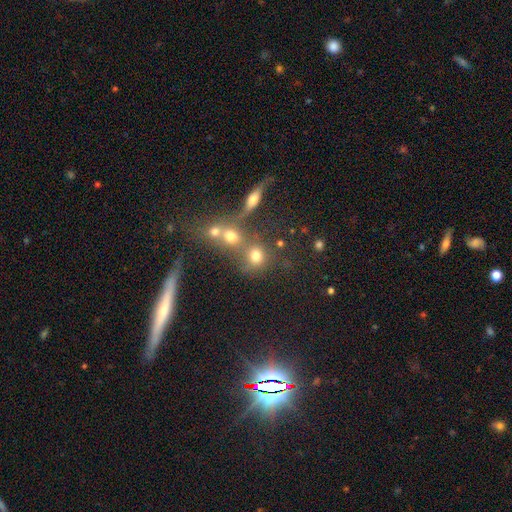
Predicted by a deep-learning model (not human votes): Smooth or featured? Predicted: smooth (p=0.72). How rounded? Predicted: round (p=0.79). Merging? Predicted: none (p=0.52).